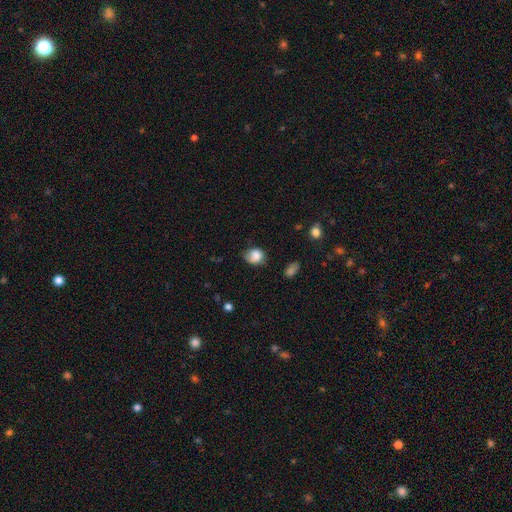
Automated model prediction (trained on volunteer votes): Q: Smooth or featured?
A: smooth (81%); runner-up: featured or disk (10%)
Q: How rounded?
A: round (63%); runner-up: in between (36%)
Q: Merging?
A: none (50%); runner-up: minor disturbance (36%)